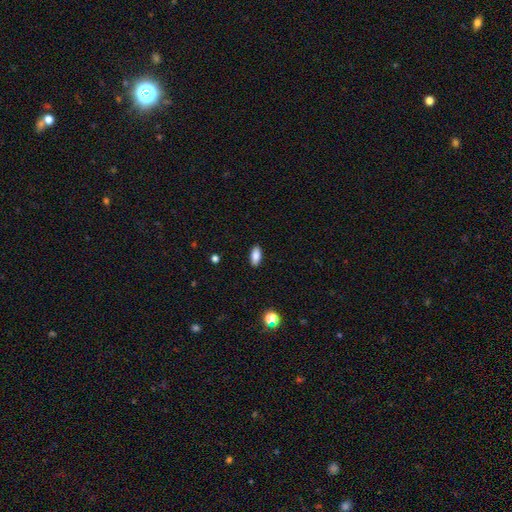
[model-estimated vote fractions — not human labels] This is clearly a smooth galaxy (87%). How rounded: clearly in between (88%). Merging: clearly none (90%).